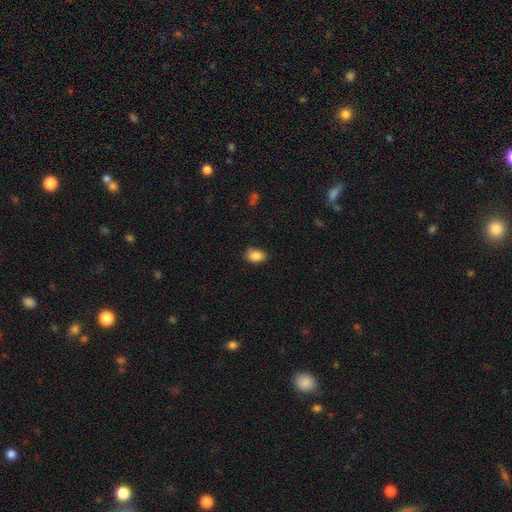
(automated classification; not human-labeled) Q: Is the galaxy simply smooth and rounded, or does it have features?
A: smooth — 87%.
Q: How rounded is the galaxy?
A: in between — 85%.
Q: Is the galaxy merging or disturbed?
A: none — 83%.